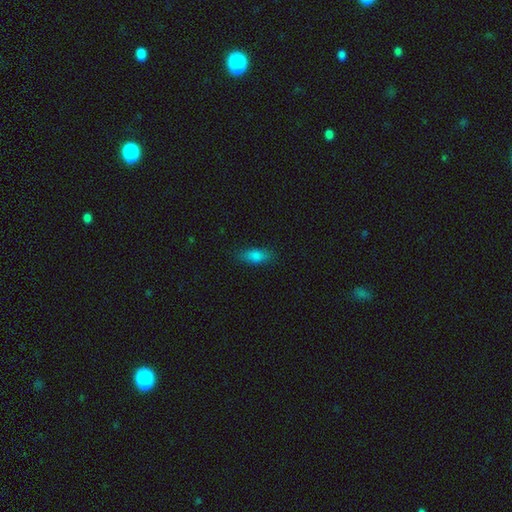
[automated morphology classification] Smooth or featured? smooth (81%)
How rounded? in between (79%)
Merging? none (82%)